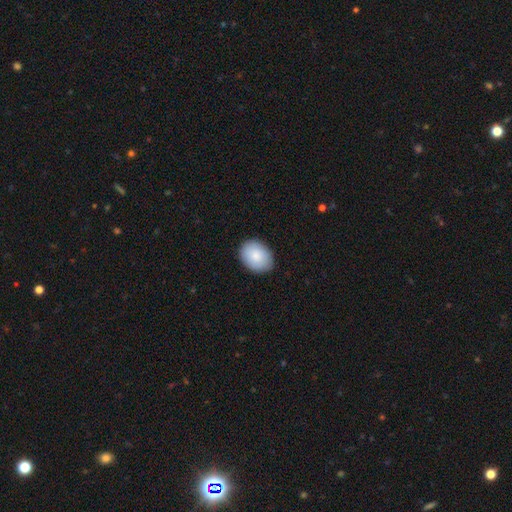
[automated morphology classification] Smooth or featured? smooth (86%)
How rounded? in between (69%)
Merging? none (87%)